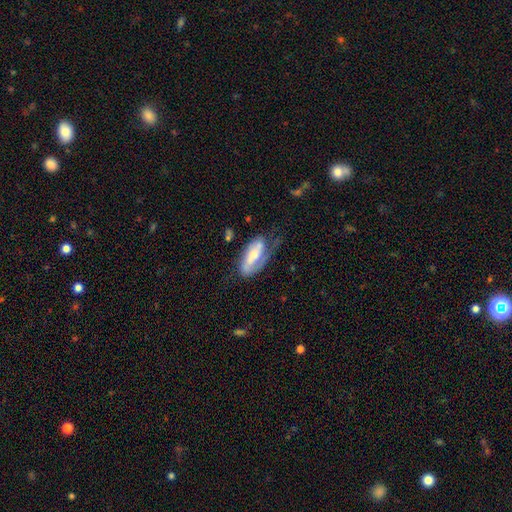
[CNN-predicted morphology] Smooth or featured: featured or disk — 62% (smooth — 32%)
Edge-on disk: no — 90% (yes — 10%)
Bar: no — 39% (weak — 32%)
Spiral arms: yes — 80% (no — 20%)
Bulge size: moderate — 48% (small — 34%)
Merging: none — 41% (minor disturbance — 29%)